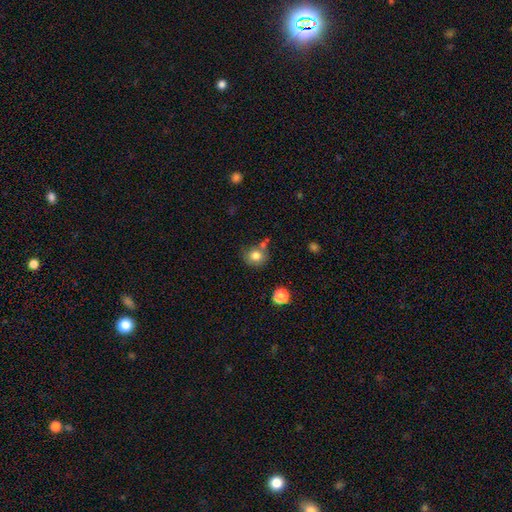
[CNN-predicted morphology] This appears to be a smooth galaxy with no disk features (80%) that is round (76%). Merging: none (64%).